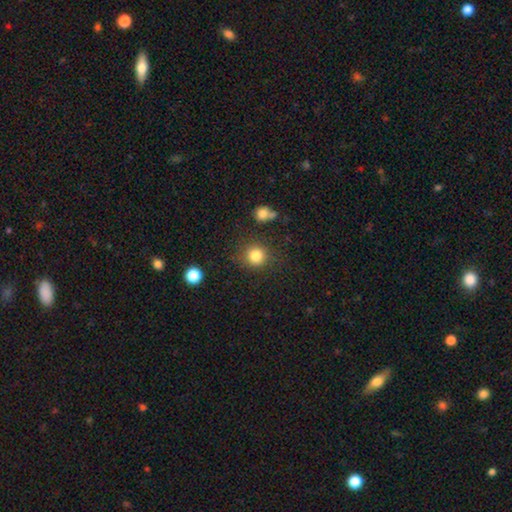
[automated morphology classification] This is clearly a smooth galaxy (84%). How rounded: clearly round (90%). Merging: clearly none (81%).